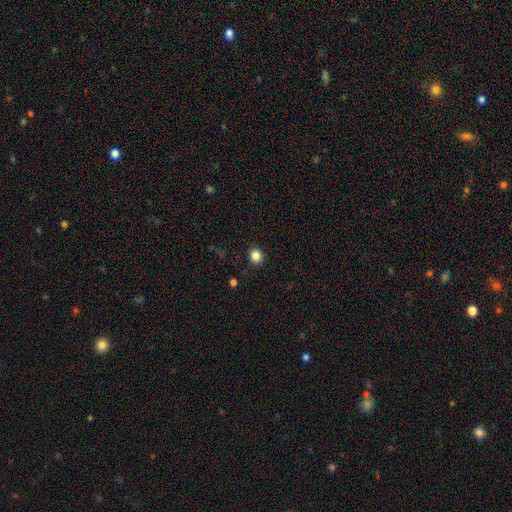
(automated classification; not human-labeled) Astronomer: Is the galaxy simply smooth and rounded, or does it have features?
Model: smooth — 84%.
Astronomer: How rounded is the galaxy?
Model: round — 68%.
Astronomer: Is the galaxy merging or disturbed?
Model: none — 90%.